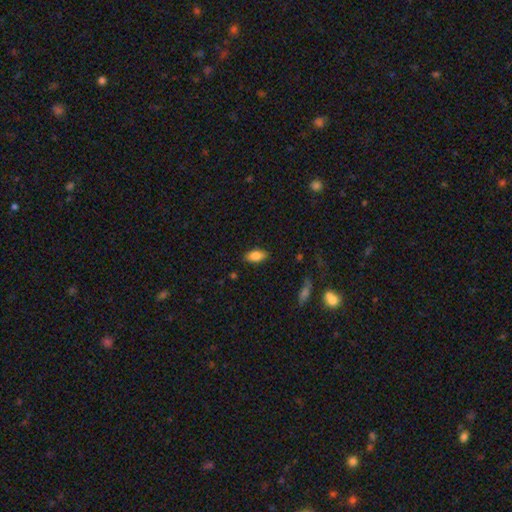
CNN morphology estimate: Overall: smooth (85%). How rounded: in between (89%). Merging: none (86%).